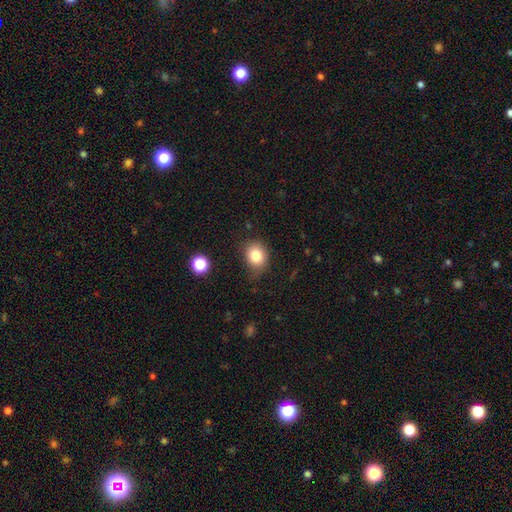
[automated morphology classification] Smooth or featured? smooth (80%)
How rounded? round (65%)
Merging? none (69%)